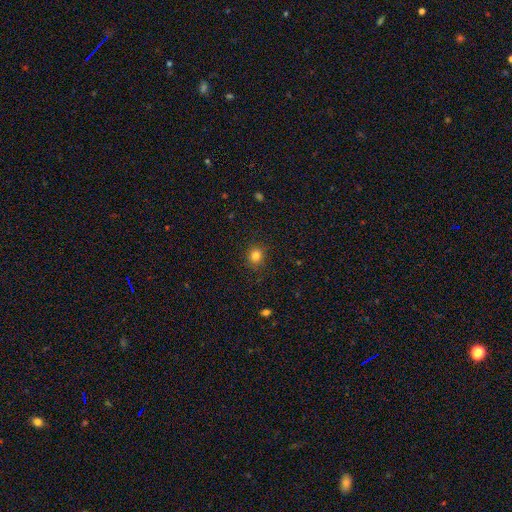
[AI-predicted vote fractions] Smooth or featured?
  - smooth: 82% *
  - star or artifact: 13%
  - featured or disk: 5%
How rounded?
  - round: 83% *
  - in between: 16%
  - cigar-shaped: 1%
Merging?
  - none: 88% *
  - minor disturbance: 8%
  - major disturbance: 2%
  - merger: 1%